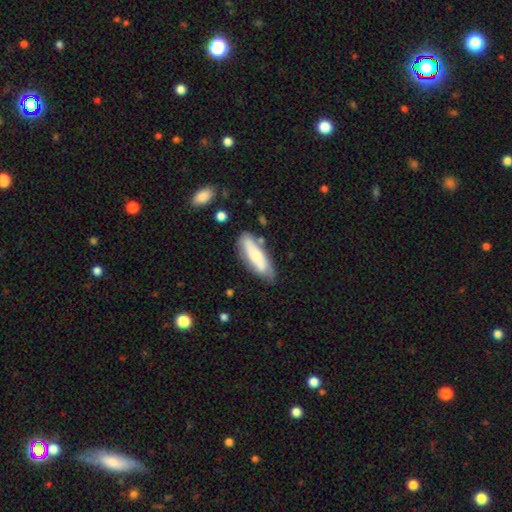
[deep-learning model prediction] A smooth galaxy with no disk features (51%) that is in between round and cigar-shaped (61%). Merging: none (67%).